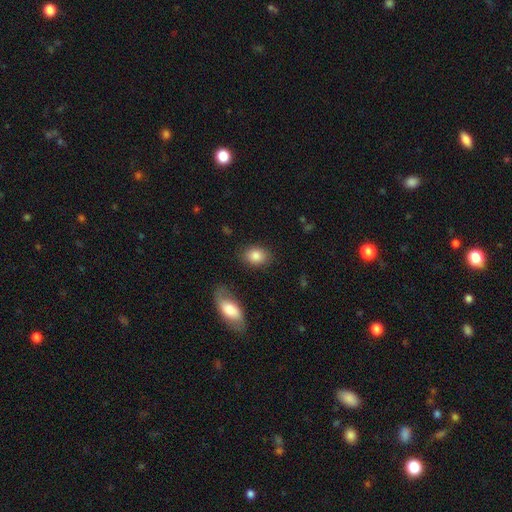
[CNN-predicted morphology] A smooth galaxy with no disk features (84%) that is in between round and cigar-shaped (69%). Merging: none (84%).